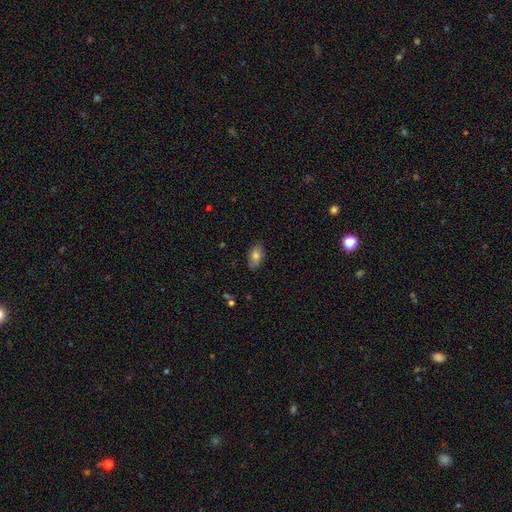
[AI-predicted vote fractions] smooth-or-featured: smooth: 76% | featured or disk: 15% | star or artifact: 9%
  how-rounded: in between: 91% | round: 6% | cigar-shaped: 3%
  merging: none: 79% | minor disturbance: 17% | major disturbance: 3% | merger: 1%